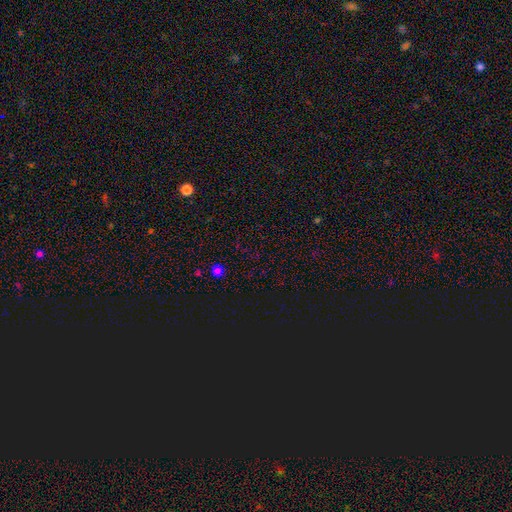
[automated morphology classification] This appears to be a star or artifact, not a galaxy (64%).